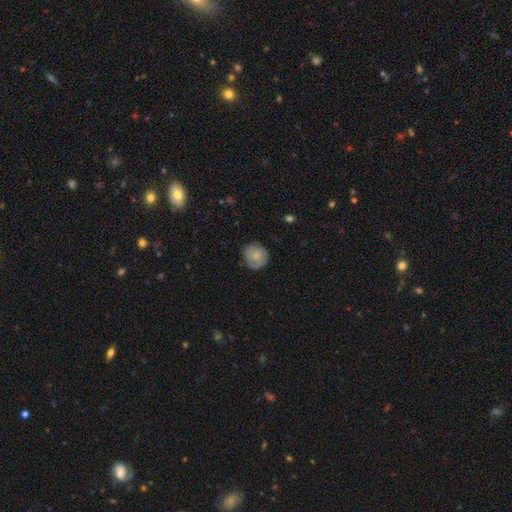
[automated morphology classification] type=smooth (74%); roundness=round (86%); merging=none (75%).